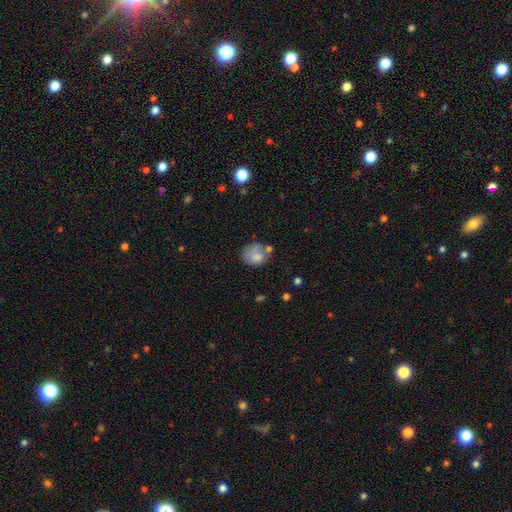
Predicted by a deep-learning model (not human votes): This appears to be a smooth galaxy with no disk features (73%) that is round (59%). Merging: none (46%).